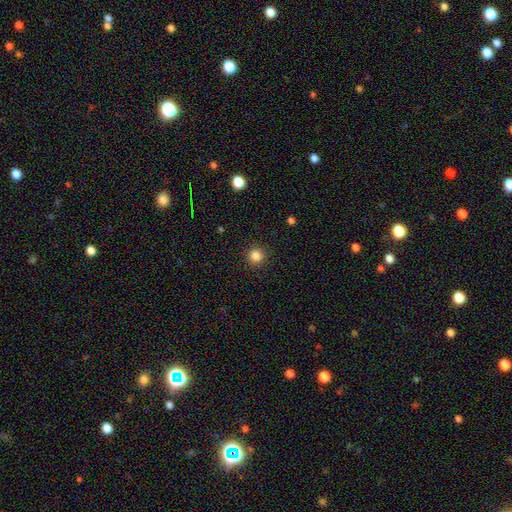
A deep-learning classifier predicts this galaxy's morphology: Smooth or featured?
  - smooth: 84% *
  - star or artifact: 12%
  - featured or disk: 4%
How rounded?
  - round: 94% *
  - in between: 5%
  - cigar-shaped: 1%
Merging?
  - none: 92% *
  - minor disturbance: 5%
  - major disturbance: 2%
  - merger: 1%